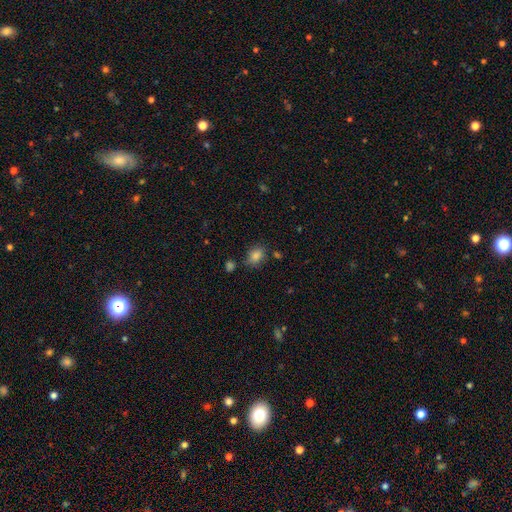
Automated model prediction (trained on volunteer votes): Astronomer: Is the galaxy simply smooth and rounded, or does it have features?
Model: smooth — 83%.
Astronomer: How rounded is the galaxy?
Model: in between — 66%.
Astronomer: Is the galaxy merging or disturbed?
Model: none — 73%.